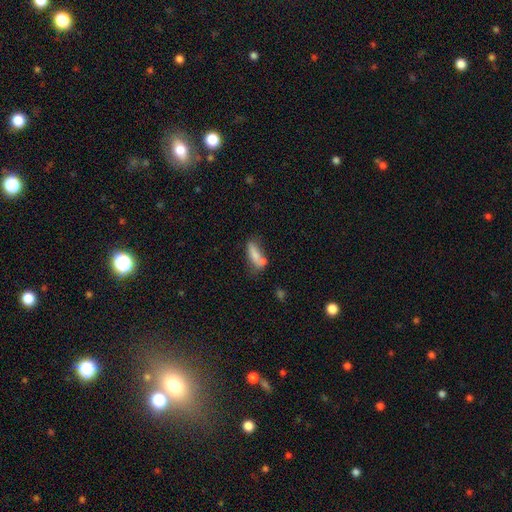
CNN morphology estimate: type=smooth (74%); roundness=in between (56%); merging=none (41%).